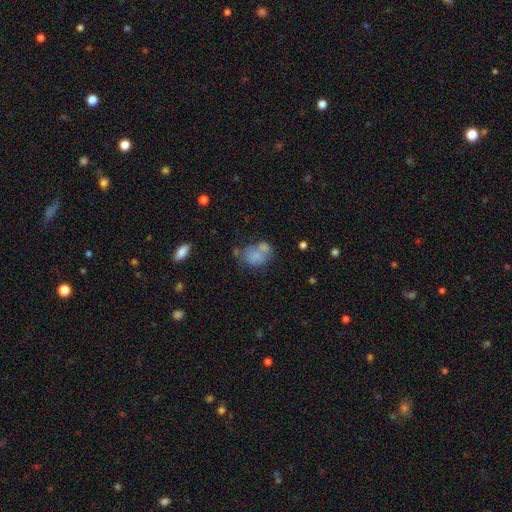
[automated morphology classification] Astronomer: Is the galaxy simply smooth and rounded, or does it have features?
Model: smooth — 68%.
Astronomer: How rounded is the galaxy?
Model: in between — 61% (runner-up: round, 37%).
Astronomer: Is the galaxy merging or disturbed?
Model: merger — 38% (runner-up: none, 31%).